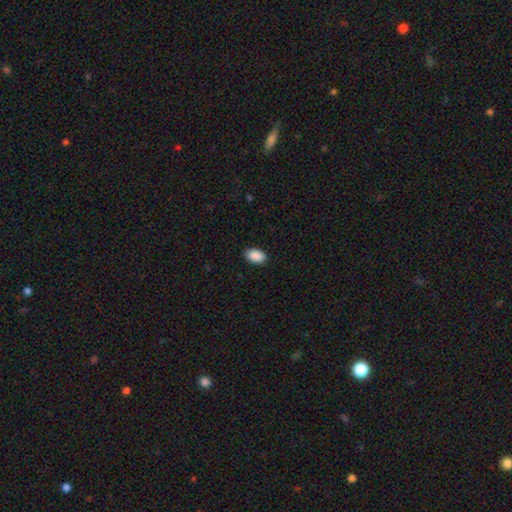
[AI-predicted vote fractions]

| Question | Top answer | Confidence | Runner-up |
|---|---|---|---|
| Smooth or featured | smooth | 91% | star or artifact (7%) |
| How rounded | in between | 93% | round (6%) |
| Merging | none | 89% | minor disturbance (8%) |